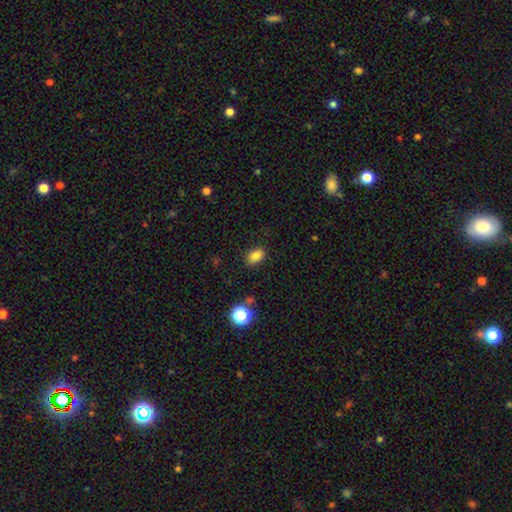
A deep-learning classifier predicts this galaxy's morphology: smooth 82%, star or artifact 12%, featured or disk 6%. Down the decision tree: how rounded — in between (79%); merging — none (84%).